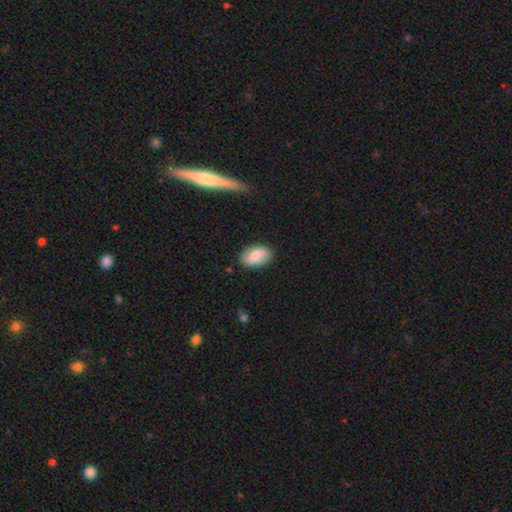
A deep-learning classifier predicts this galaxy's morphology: This appears to be a smooth galaxy with no disk features (75%) that is in between round and cigar-shaped (92%). Merging: none (83%).